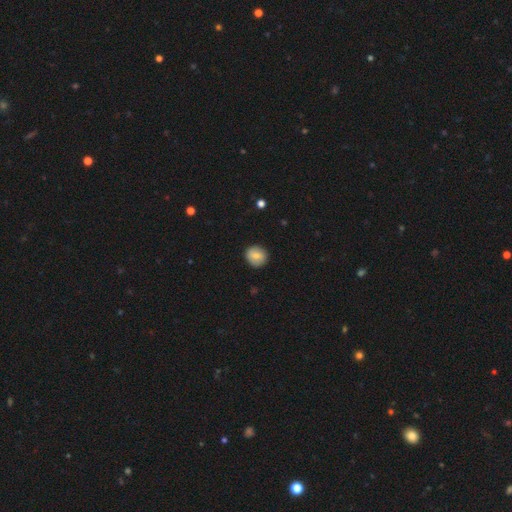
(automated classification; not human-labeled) The model was most divided on "smooth or featured": smooth: 77%, featured or disk: 15%, star or artifact: 8%. More confident: merging — none (87%); how rounded — round (87%).